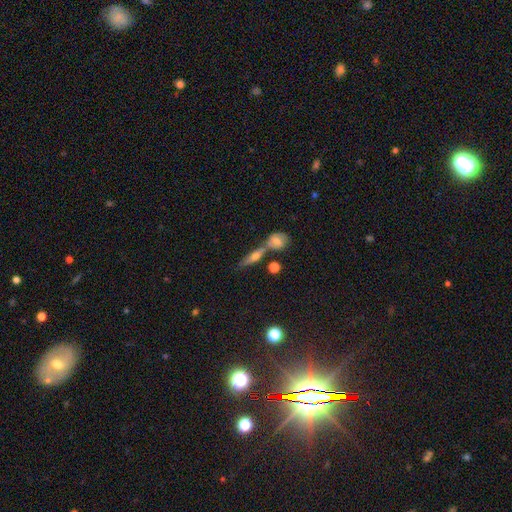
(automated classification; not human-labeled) This is possibly a featured or disk galaxy (55%). It is clearly viewed edge-on (87%). Merging: possibly none (59%).